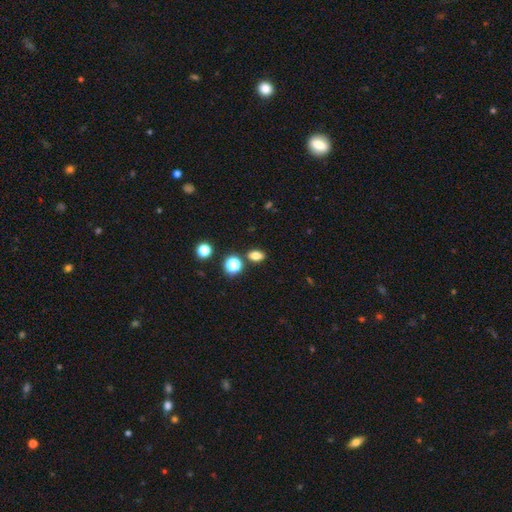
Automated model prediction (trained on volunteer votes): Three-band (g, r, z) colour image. It shows a smooth galaxy with no disk features (78%) that is in between round and cigar-shaped (76%). Merging: none (83%).